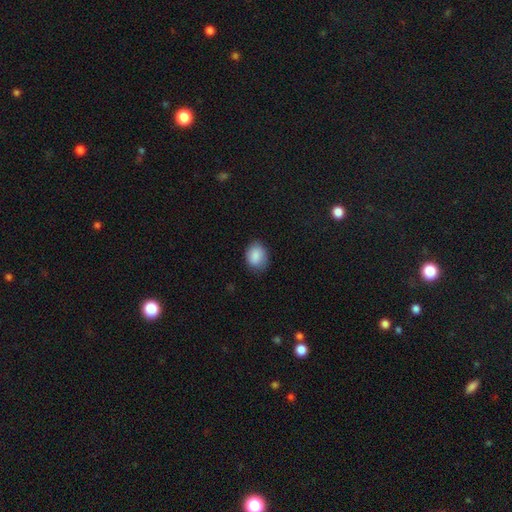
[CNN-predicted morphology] type=smooth (87%); roundness=in between (58%); merging=none (76%).